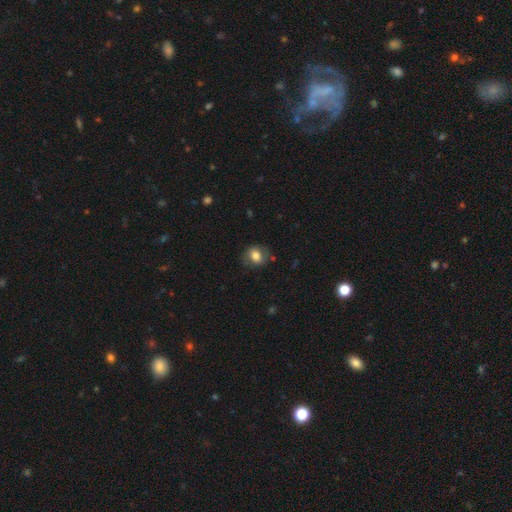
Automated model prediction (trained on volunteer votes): Smooth or featured?
  - smooth: 74% *
  - featured or disk: 17%
  - star or artifact: 8%
How rounded?
  - round: 51% *
  - in between: 48%
  - cigar-shaped: 1%
Merging?
  - none: 69% *
  - minor disturbance: 21%
  - major disturbance: 8%
  - merger: 2%